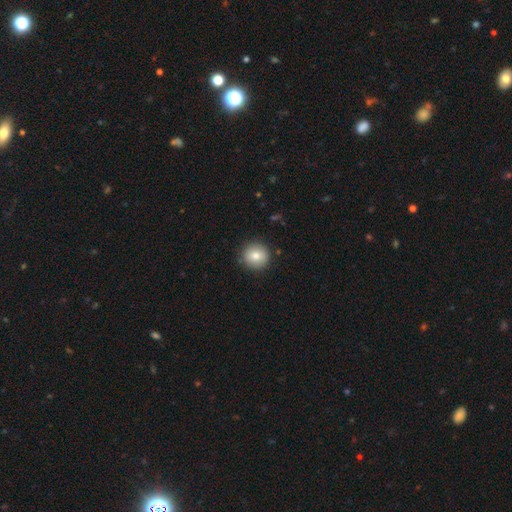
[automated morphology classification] A smooth galaxy with no disk features (81%) that is round (93%). Merging: none (89%).